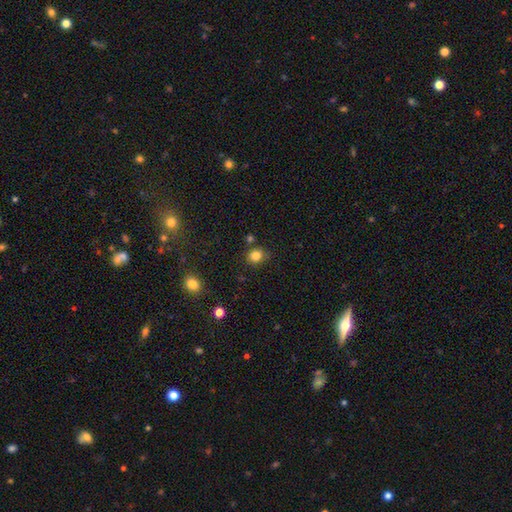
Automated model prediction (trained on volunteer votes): Smooth or featured? smooth (83%)
How rounded? round (75%)
Merging? none (79%)